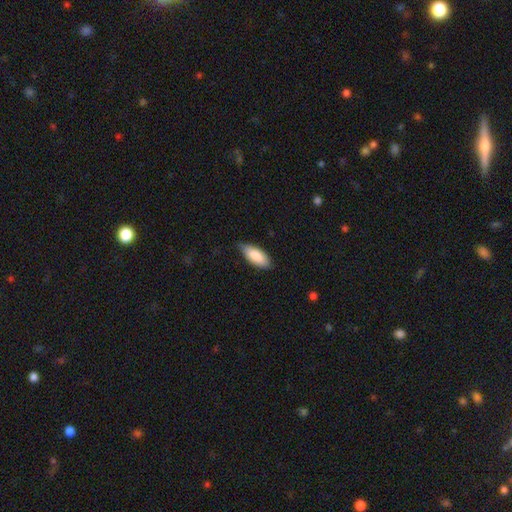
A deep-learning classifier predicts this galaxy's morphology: This is clearly a smooth galaxy (86%). How rounded: clearly in between (83%). Merging: likely none (74%).